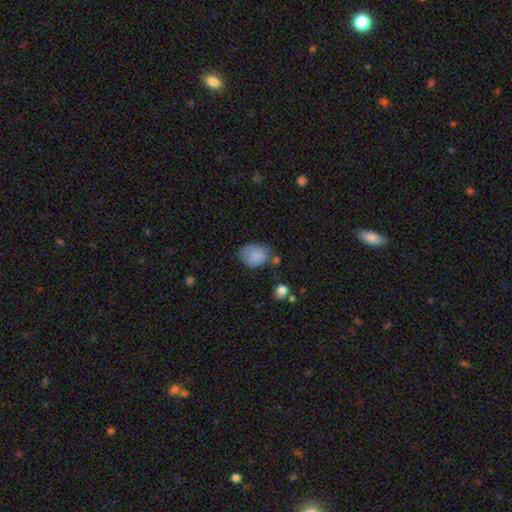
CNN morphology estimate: The model was most divided on "merging": none: 50%, minor disturbance: 32%, major disturbance: 12%, merger: 7%. More confident: smooth or featured — smooth (83%); how rounded — in between (69%).